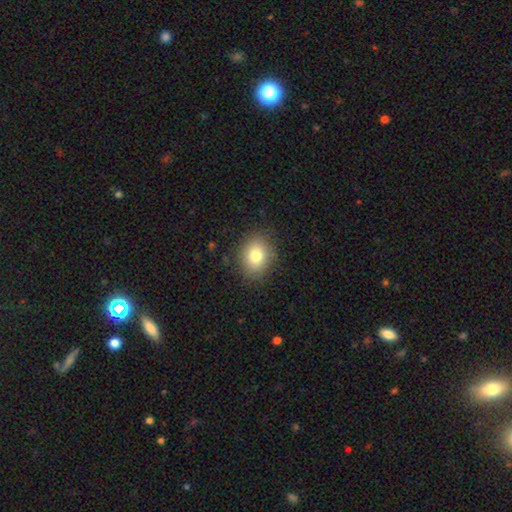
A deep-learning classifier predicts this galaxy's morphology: A smooth galaxy with no disk features (79%) that is round (52%).

Vote fractions:
- Smooth or featured? smooth: 79% / featured or disk: 11% / star or artifact: 10%
- How rounded? round: 52% / in between: 47% / cigar-shaped: 1%
- Merging? none: 86% / minor disturbance: 10% / major disturbance: 3% / merger: 1%